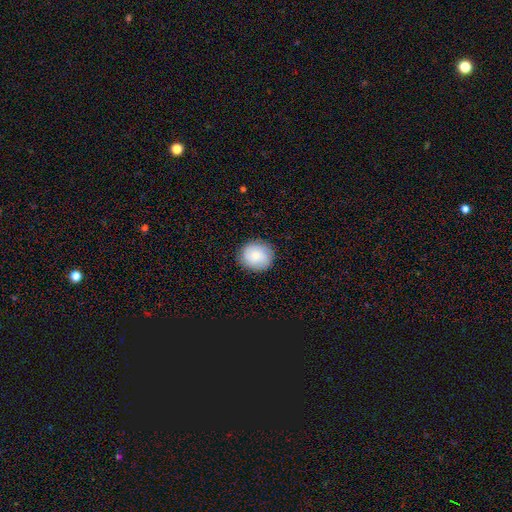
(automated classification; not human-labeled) smooth_or_featured: smooth (p=0.83) [alt: featured or disk p=0.10]
how_rounded: round (p=0.85) [alt: in between p=0.15]
merging: none (p=0.88) [alt: minor disturbance p=0.09]